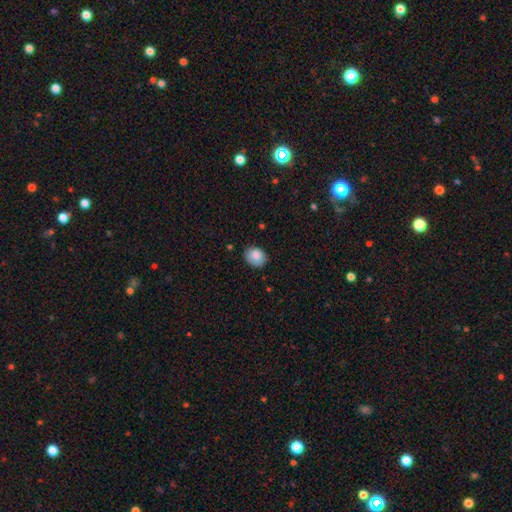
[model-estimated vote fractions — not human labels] Morphology: type=smooth (86%); roundness=in between (57%); merging=none (79%).